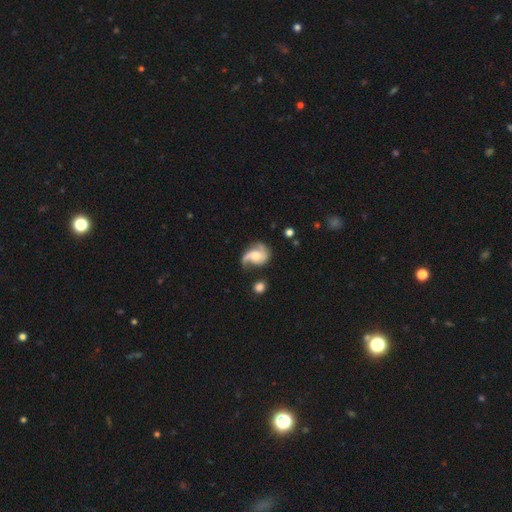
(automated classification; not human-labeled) featured or disk 70%, smooth 22%, star or artifact 7%. Down the decision tree: edge-on disk — no (97%); bar — no (63%); spiral arms — yes (90%); spiral arm count — 2 (62%); spiral winding — loose (51%); bulge size — moderate (34%); merging — none (41%).